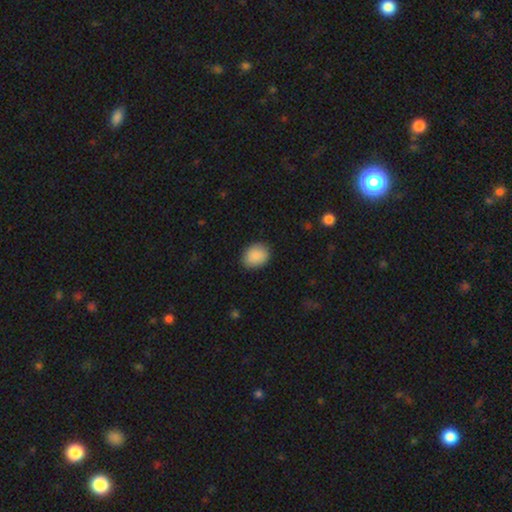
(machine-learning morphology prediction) Overall: smooth (89%). How rounded: round (50%; in between 49%). Merging: none (87%).